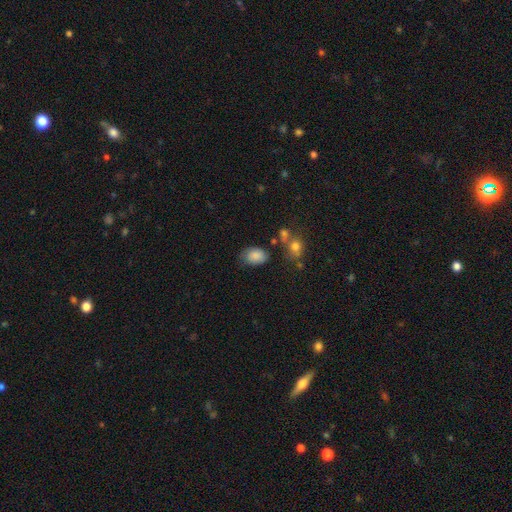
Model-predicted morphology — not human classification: Q: Smooth or featured?
A: smooth (83%); runner-up: featured or disk (9%)
Q: How rounded?
A: in between (81%); runner-up: round (18%)
Q: Merging?
A: none (63%); runner-up: minor disturbance (25%)